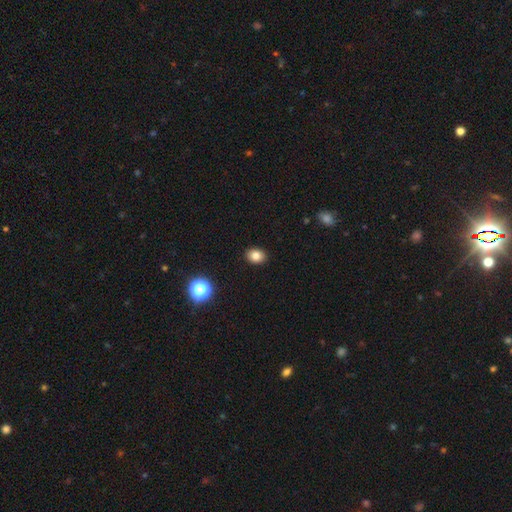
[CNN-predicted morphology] smooth_or_featured: smooth (p=0.82) [alt: star or artifact p=0.11]
how_rounded: in between (p=0.63) [alt: round p=0.36]
merging: none (p=0.90) [alt: minor disturbance p=0.07]